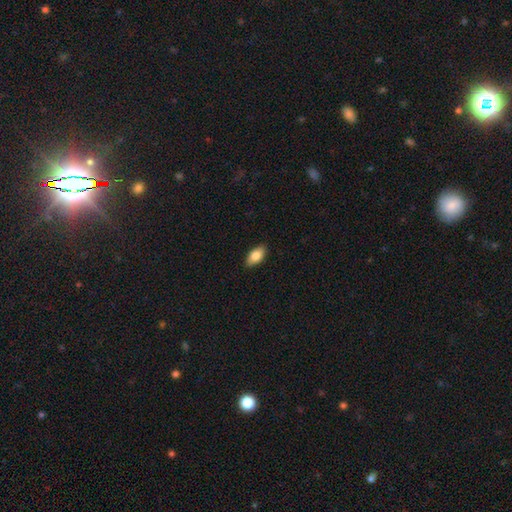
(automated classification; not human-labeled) Q: Smooth or featured?
A: smooth (81%); runner-up: featured or disk (12%)
Q: How rounded?
A: in between (90%); runner-up: cigar-shaped (6%)
Q: Merging?
A: none (88%); runner-up: minor disturbance (9%)